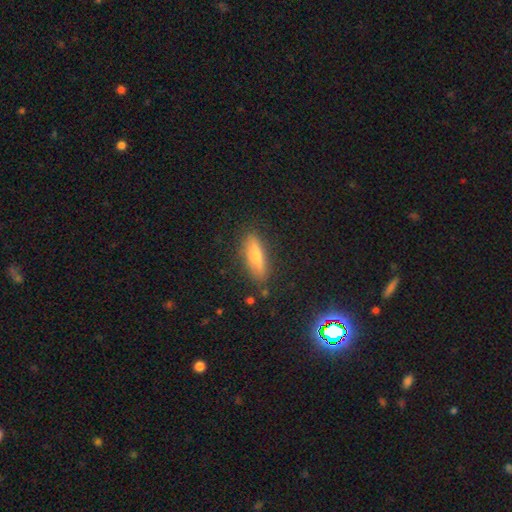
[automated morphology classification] A smooth galaxy with no disk features (56%) that is cigar-shaped (63%).

Vote fractions:
- Smooth or featured? smooth: 56% / featured or disk: 32% / star or artifact: 12%
- How rounded? cigar-shaped: 63% / in between: 35% / round: 3%
- Merging? none: 85% / minor disturbance: 11% / major disturbance: 2% / merger: 2%